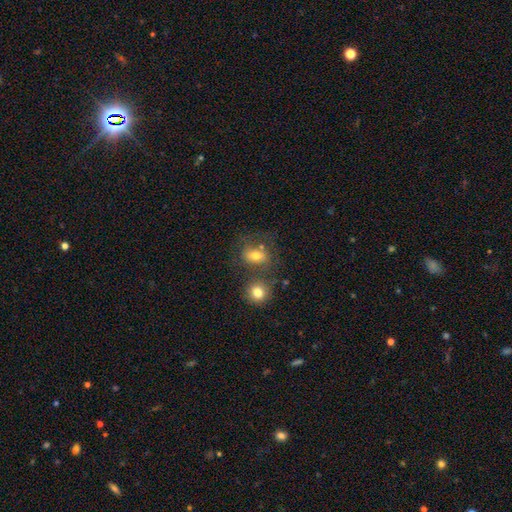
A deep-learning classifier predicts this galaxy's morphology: A smooth galaxy with no disk features (67%) that is in between round and cigar-shaped (60%).

Vote fractions:
- Smooth or featured? smooth: 67% / featured or disk: 19% / star or artifact: 14%
- How rounded? in between: 60% / round: 38% / cigar-shaped: 2%
- Merging? none: 47% / merger: 26% / minor disturbance: 16% / major disturbance: 11%